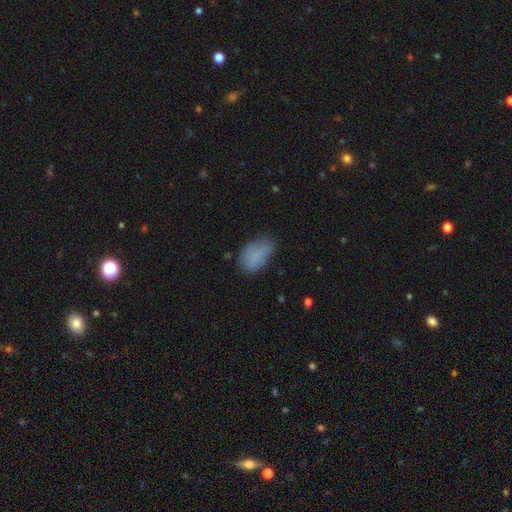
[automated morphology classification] Overall: smooth (77%). How rounded: in between (90%). Merging: none (47%; minor disturbance 35%).